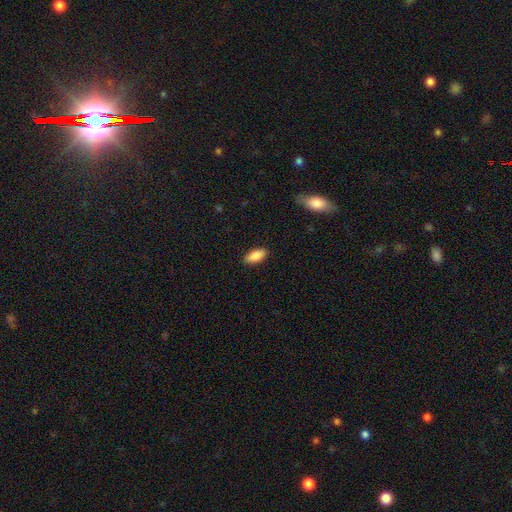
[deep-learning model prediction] Smooth or featured?
  - smooth: 88% *
  - star or artifact: 6%
  - featured or disk: 5%
How rounded?
  - in between: 85% *
  - cigar-shaped: 13%
  - round: 2%
Merging?
  - none: 88% *
  - minor disturbance: 9%
  - major disturbance: 2%
  - merger: 1%